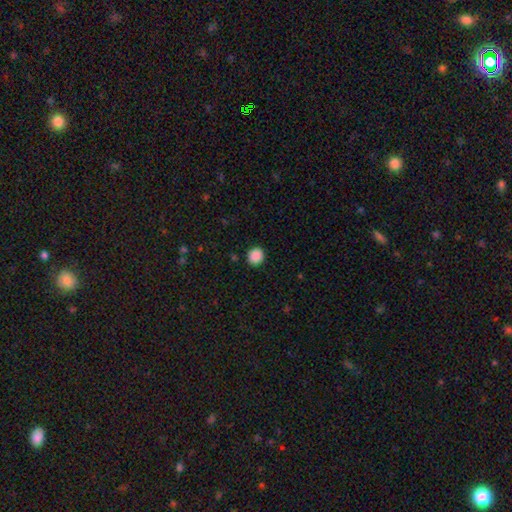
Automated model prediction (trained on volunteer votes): Morphology: type=smooth (89%); roundness=round (78%); merging=none (90%).